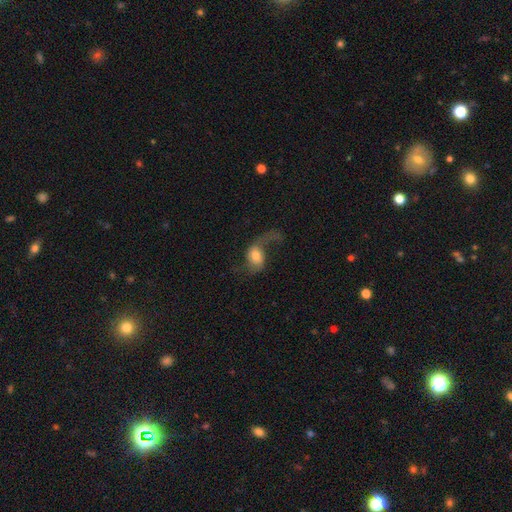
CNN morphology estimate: Q: Smooth or featured?
A: featured or disk (57%); runner-up: smooth (35%)
Q: Edge-on disk?
A: no (95%); runner-up: yes (5%)
Q: Bar?
A: no (59%); runner-up: weak (31%)
Q: Spiral arms?
A: yes (85%); runner-up: no (15%)
Q: Bulge size?
A: moderate (46%); runner-up: large (23%)
Q: Merging?
A: major disturbance (43%); runner-up: none (36%)